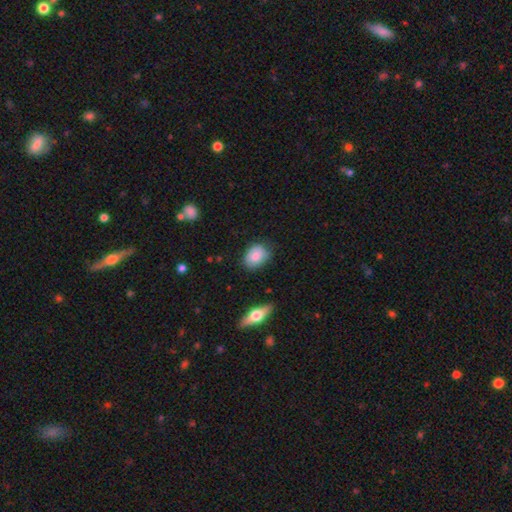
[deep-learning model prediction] This appears to be a smooth galaxy with no disk features (83%) that is in between round and cigar-shaped (71%). Merging: none (73%).